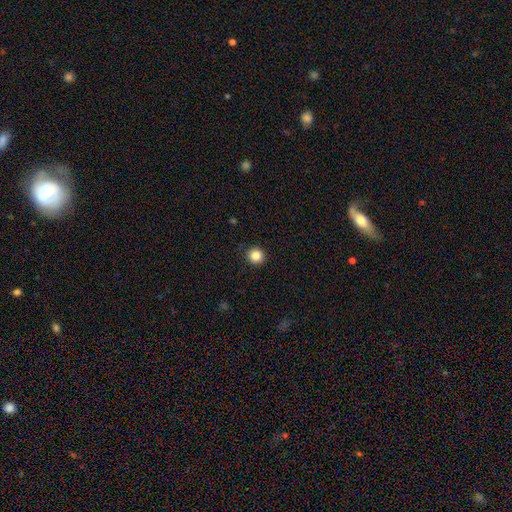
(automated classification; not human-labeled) This appears to be a smooth galaxy with no disk features (85%) that is round (92%). Merging: none (92%).